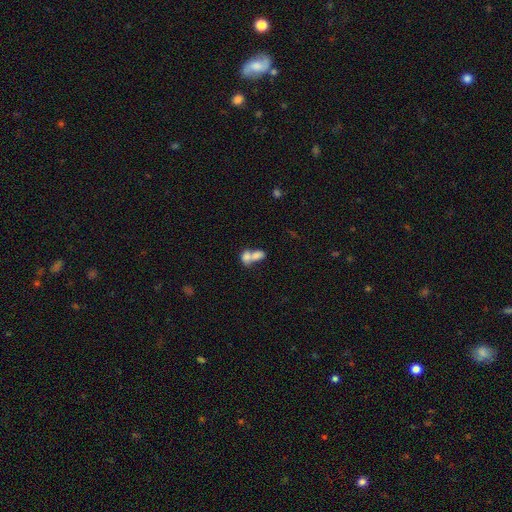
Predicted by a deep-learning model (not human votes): Smooth or featured? smooth (73%)
How rounded? in between (78%)
Merging? merger (76%)